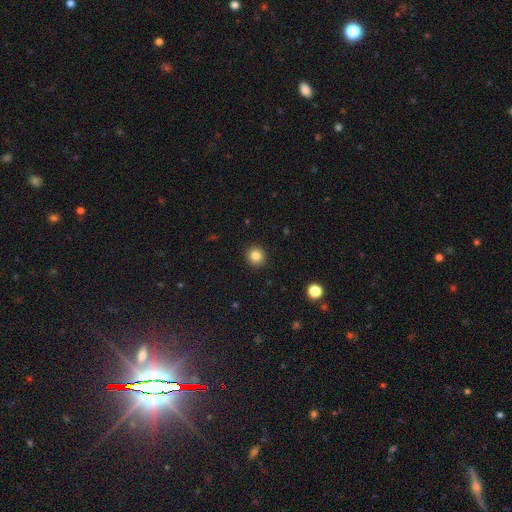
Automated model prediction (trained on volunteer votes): smooth_or_featured: smooth (p=0.84) [alt: star or artifact p=0.11]
how_rounded: round (p=0.94) [alt: in between p=0.05]
merging: none (p=0.93) [alt: minor disturbance p=0.05]